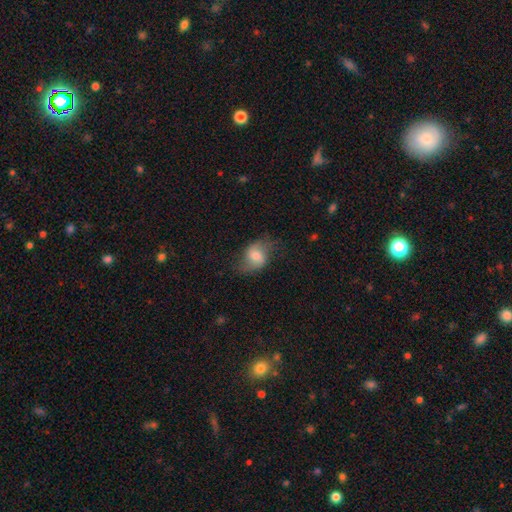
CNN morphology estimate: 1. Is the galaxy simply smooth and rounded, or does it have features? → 53% smooth, 39% featured or disk, 8% star or artifact.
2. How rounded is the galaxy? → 70% in between, 29% round, 2% cigar-shaped.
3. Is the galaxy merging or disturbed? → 61% none, 25% minor disturbance, 13% major disturbance, 1% merger.